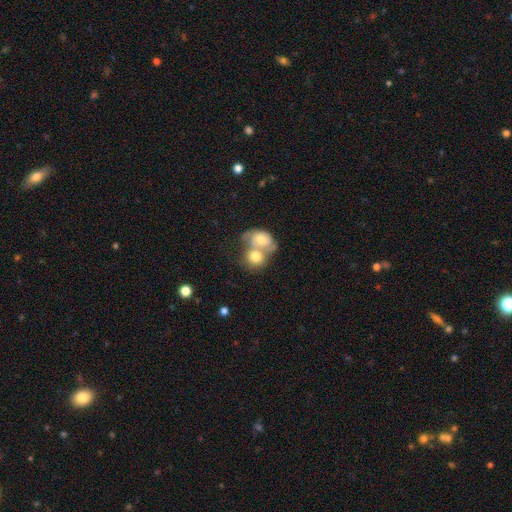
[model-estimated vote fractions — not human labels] A smooth galaxy with no disk features (66%) that is round (61%). Merging: merger (73%).